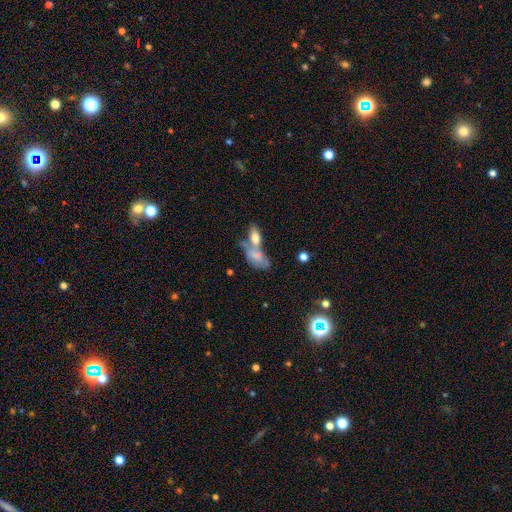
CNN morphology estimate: A smooth galaxy with no disk features (68%) that is in between round and cigar-shaped (86%).

Vote fractions:
- Smooth or featured? smooth: 68% / featured or disk: 25% / star or artifact: 8%
- How rounded? in between: 86% / cigar-shaped: 9% / round: 5%
- Merging? merger: 59% / none: 22% / minor disturbance: 11% / major disturbance: 8%